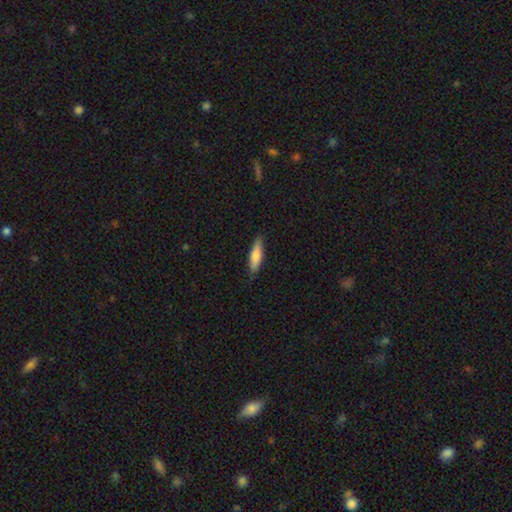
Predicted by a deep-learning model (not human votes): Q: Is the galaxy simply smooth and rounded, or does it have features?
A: smooth — 80%.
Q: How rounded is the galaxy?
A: cigar-shaped — 67%.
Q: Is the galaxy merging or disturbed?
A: none — 82%.